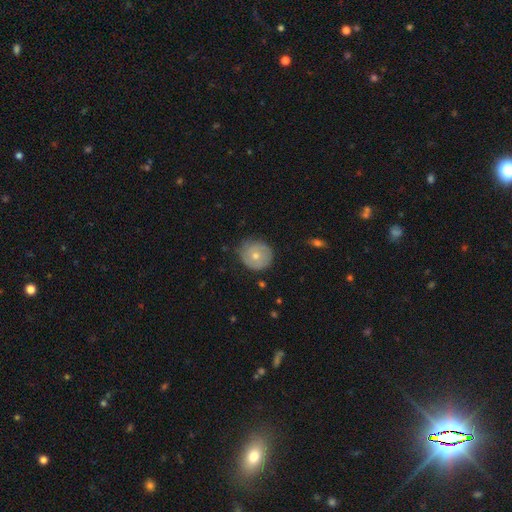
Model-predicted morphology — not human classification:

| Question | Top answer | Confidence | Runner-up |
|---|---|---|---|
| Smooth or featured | smooth | 54% | featured or disk (39%) |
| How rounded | round | 88% | in between (11%) |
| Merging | none | 72% | minor disturbance (22%) |